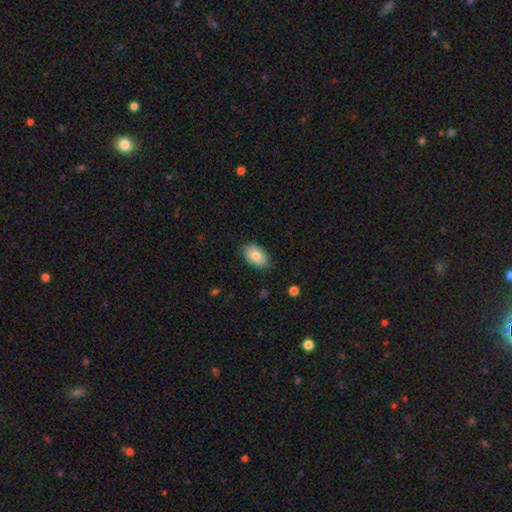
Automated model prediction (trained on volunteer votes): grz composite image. It shows a smooth galaxy with no disk features (80%) that is in between round and cigar-shaped (92%). Merging: none (80%).